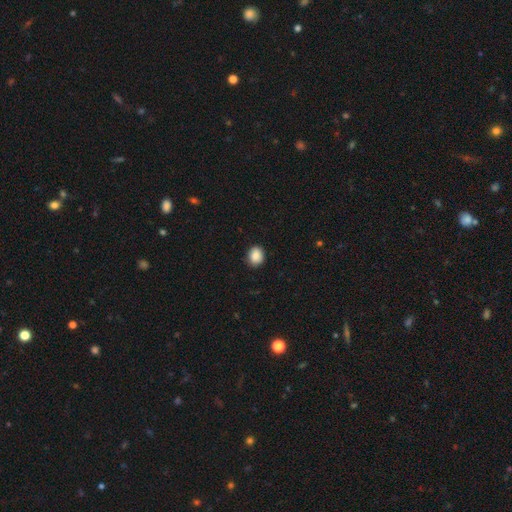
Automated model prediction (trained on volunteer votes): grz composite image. It shows a smooth galaxy with no disk features (88%) that is round (55%). Merging: none (86%).